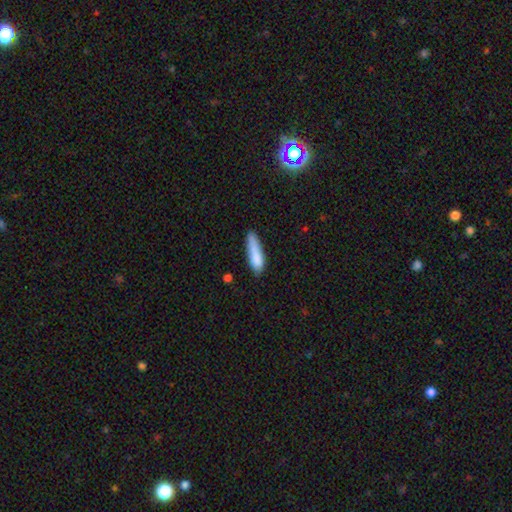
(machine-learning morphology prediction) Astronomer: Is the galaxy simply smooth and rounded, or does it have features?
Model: smooth — 84%.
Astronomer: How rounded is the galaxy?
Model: cigar-shaped — 69%.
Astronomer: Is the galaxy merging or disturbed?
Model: none — 60%.